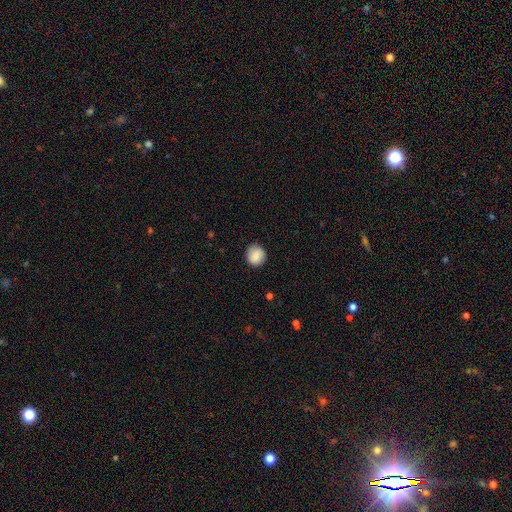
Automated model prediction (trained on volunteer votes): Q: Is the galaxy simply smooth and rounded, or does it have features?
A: smooth — 83%.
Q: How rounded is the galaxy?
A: round — 87%.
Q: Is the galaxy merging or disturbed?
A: none — 87%.